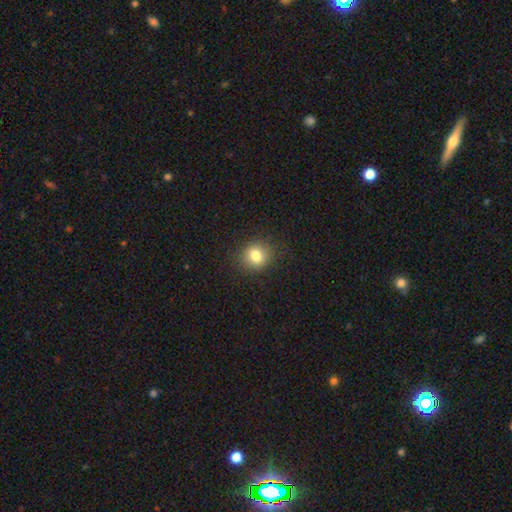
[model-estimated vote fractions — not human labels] Overall: smooth (81%). How rounded: round (76%). Merging: none (88%).